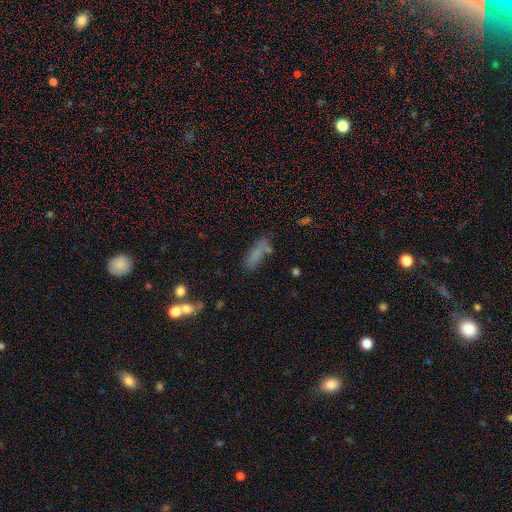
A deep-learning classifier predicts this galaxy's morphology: This appears to be a smooth galaxy with no disk features (77%) that is cigar-shaped (54%). Merging: none (60%).